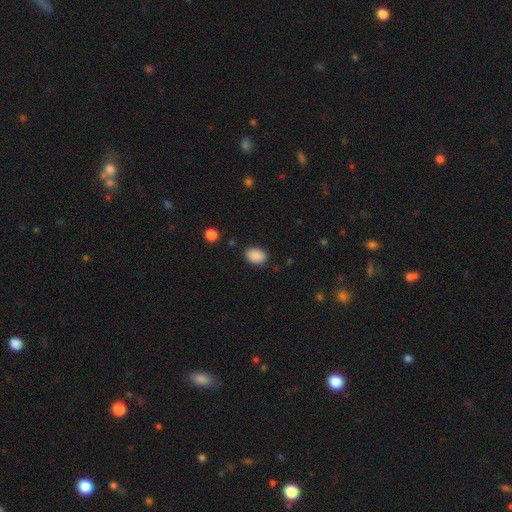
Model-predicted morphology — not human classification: This appears to be a smooth galaxy with no disk features (89%) that is in between round and cigar-shaped (78%). Merging: none (85%).